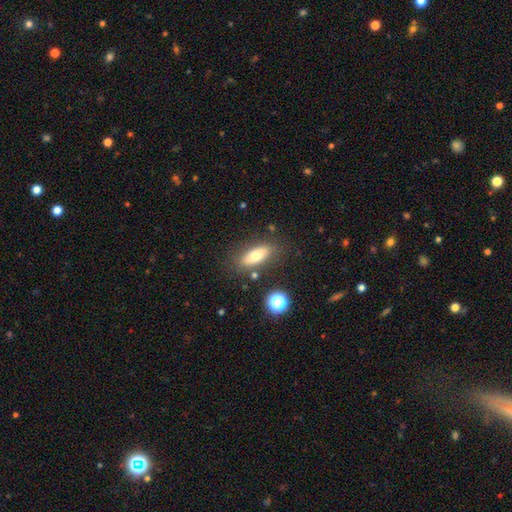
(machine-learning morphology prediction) Smooth or featured?
  - smooth: 67% *
  - featured or disk: 25%
  - star or artifact: 8%
How rounded?
  - in between: 74% *
  - cigar-shaped: 22%
  - round: 4%
Merging?
  - none: 78% *
  - minor disturbance: 13%
  - merger: 4%
  - major disturbance: 4%